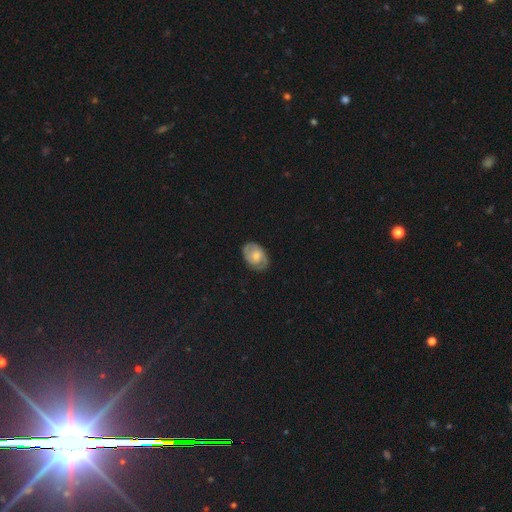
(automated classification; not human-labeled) Smooth or featured: featured or disk — 61% (smooth — 32%)
Edge-on disk: no — 96% (yes — 4%)
Bar: no — 62% (weak — 33%)
Spiral arms: yes — 84% (no — 16%)
Bulge size: moderate — 54% (small — 30%)
Merging: none — 78% (minor disturbance — 16%)